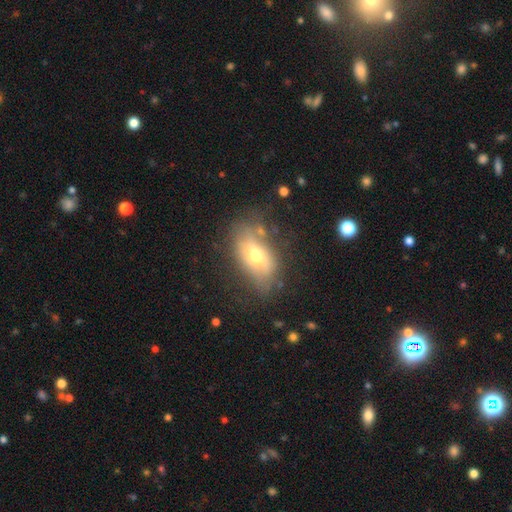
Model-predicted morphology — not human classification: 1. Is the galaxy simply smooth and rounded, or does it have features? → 51% smooth, 39% featured or disk, 10% star or artifact.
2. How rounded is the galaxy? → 85% in between, 9% round, 5% cigar-shaped.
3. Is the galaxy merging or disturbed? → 59% none, 25% minor disturbance, 12% major disturbance, 5% merger.